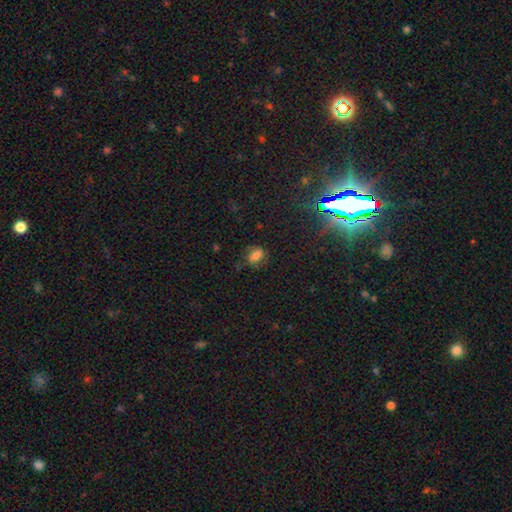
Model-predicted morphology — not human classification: Smooth or featured?
  - smooth: 58% *
  - featured or disk: 25%
  - star or artifact: 17%
How rounded?
  - in between: 67% *
  - round: 31%
  - cigar-shaped: 2%
Merging?
  - none: 61% *
  - minor disturbance: 24%
  - major disturbance: 13%
  - merger: 2%